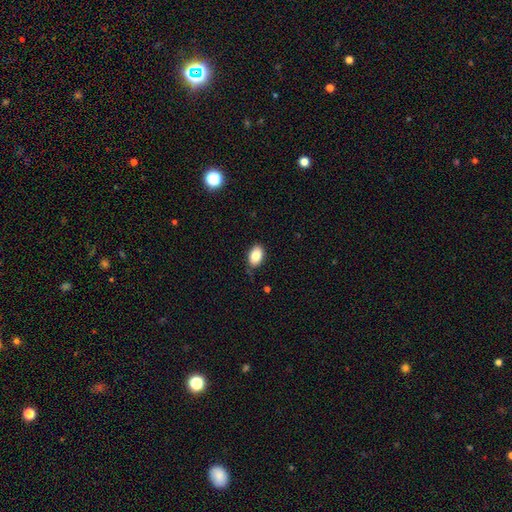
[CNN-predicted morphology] A smooth galaxy with no disk features (85%) that is in between round and cigar-shaped (89%). Merging: none (76%).